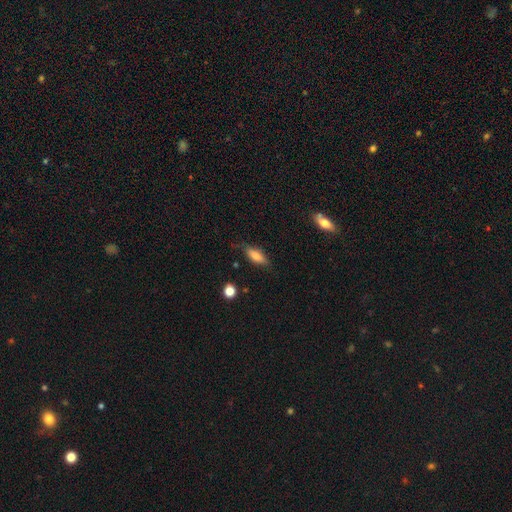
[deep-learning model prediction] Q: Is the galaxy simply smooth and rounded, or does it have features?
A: smooth — 71%.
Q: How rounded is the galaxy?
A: in between — 64%.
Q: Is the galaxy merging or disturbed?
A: none — 73%.